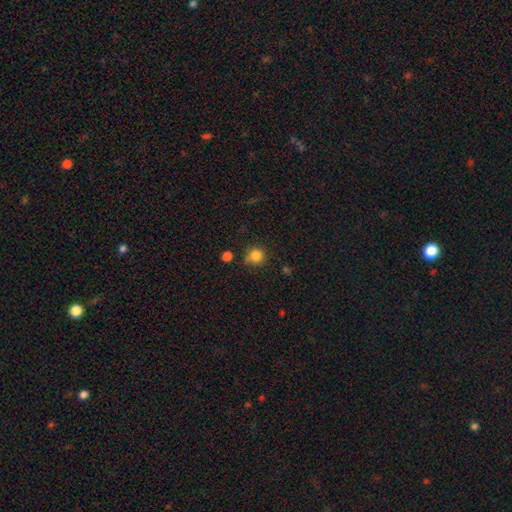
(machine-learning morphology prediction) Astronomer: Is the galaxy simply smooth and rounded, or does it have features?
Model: smooth — 83%.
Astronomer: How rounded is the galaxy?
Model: round — 89%.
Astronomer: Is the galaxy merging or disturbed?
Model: none — 69%.